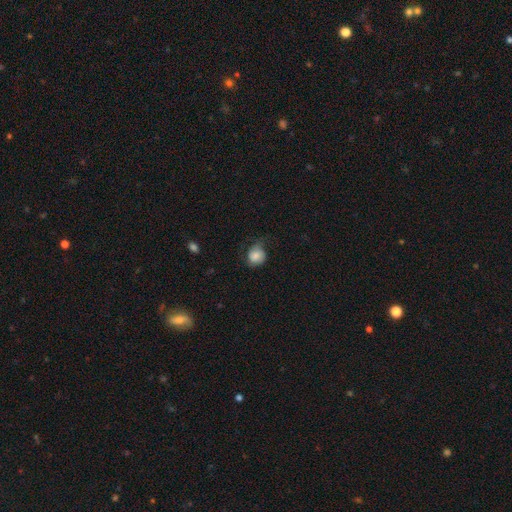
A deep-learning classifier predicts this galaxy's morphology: type=smooth (75%); roundness=round (70%); merging=none (46%).